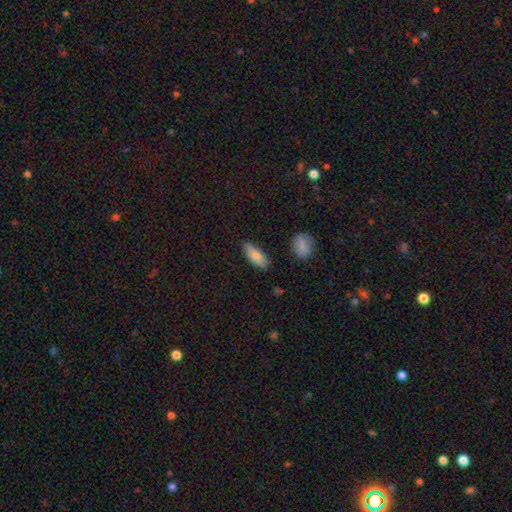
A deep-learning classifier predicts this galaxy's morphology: smooth_or_featured: smooth (p=0.83) [alt: featured or disk p=0.11]
how_rounded: in between (p=0.77) [alt: cigar-shaped p=0.21]
merging: none (p=0.79) [alt: minor disturbance p=0.16]